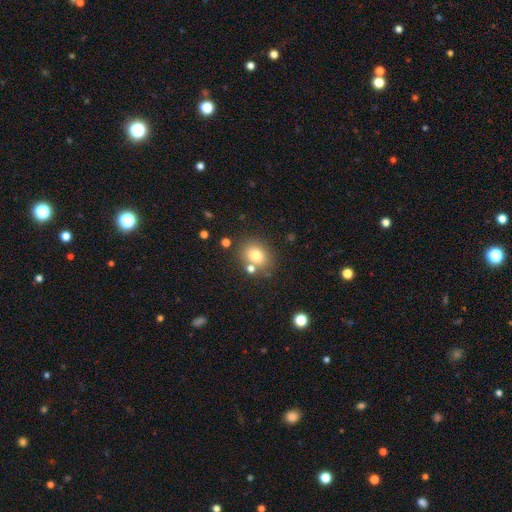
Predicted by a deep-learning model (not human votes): This appears to be a smooth galaxy with no disk features (77%) that is round (54%). Merging: none (73%).